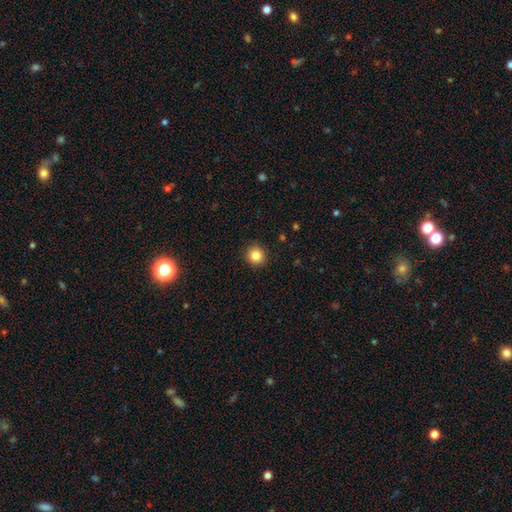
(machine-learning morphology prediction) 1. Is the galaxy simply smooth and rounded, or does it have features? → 84% smooth, 10% star or artifact, 5% featured or disk.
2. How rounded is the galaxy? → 93% round, 6% in between, 1% cigar-shaped.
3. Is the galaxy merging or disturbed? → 92% none, 6% minor disturbance, 2% major disturbance, 1% merger.